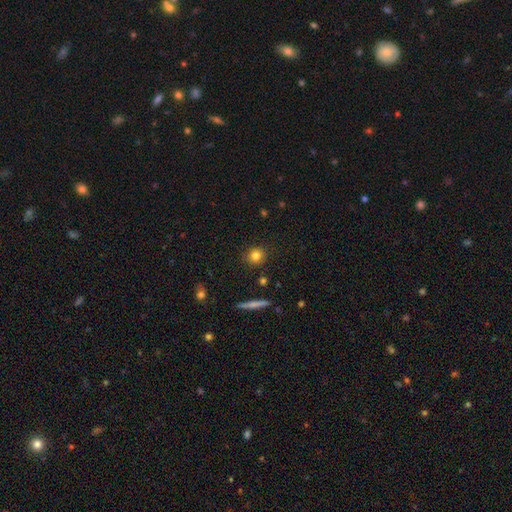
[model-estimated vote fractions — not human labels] A smooth galaxy with no disk features (81%) that is round (87%).

Vote fractions:
- Smooth or featured? smooth: 81% / star or artifact: 11% / featured or disk: 9%
- How rounded? round: 87% / in between: 11% / cigar-shaped: 2%
- Merging? none: 88% / minor disturbance: 8% / major disturbance: 2% / merger: 2%